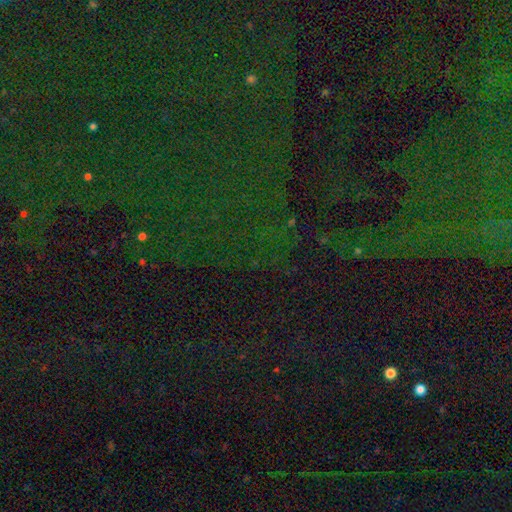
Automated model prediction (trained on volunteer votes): A star or artifact, not a galaxy (83%).